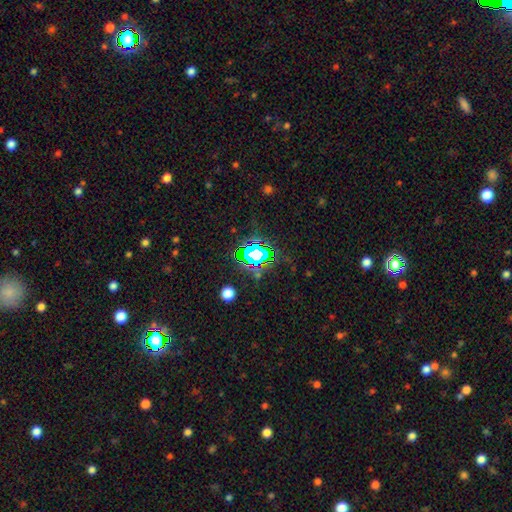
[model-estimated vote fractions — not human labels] Overall: star or artifact (69%).